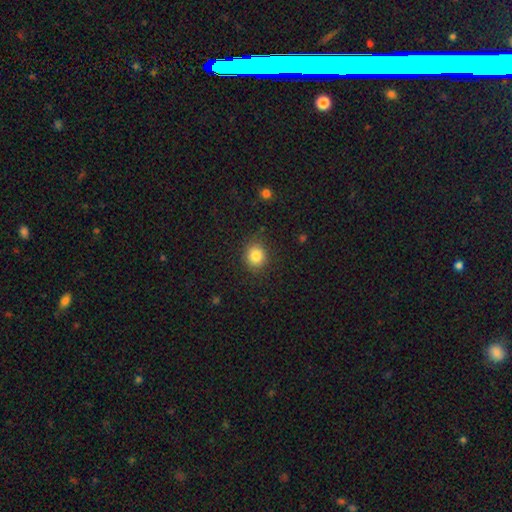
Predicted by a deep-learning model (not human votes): Smooth or featured: smooth — 84% (star or artifact — 10%)
How rounded: round — 79% (in between — 20%)
Merging: none — 86% (minor disturbance — 10%)